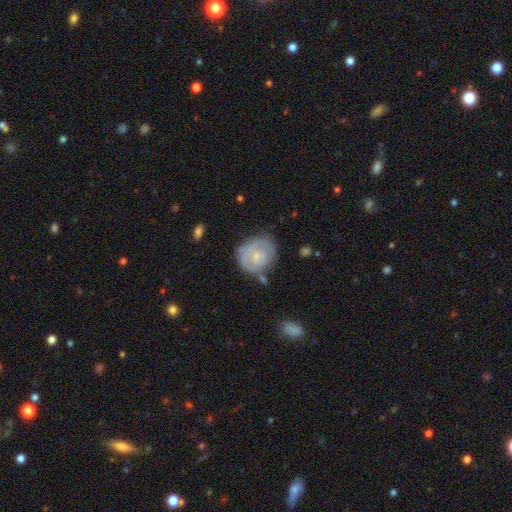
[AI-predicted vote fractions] Overall: smooth (50%; featured or disk 43%). Merging: none (56%; minor disturbance 26%).